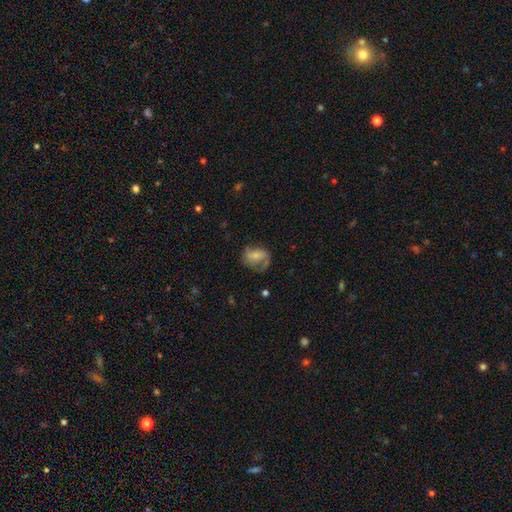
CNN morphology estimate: Q: Smooth or featured?
A: featured or disk (55%); runner-up: smooth (37%)
Q: Edge-on disk?
A: no (97%); runner-up: yes (3%)
Q: Bar?
A: no (53%); runner-up: weak (34%)
Q: Spiral arms?
A: yes (83%); runner-up: no (17%)
Q: Bulge size?
A: small (56%); runner-up: moderate (27%)
Q: Merging?
A: none (48%); runner-up: major disturbance (25%)